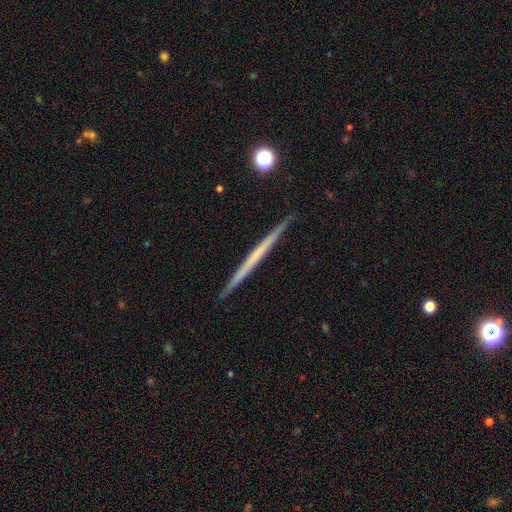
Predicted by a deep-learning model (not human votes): A featured or disk galaxy (59%) viewed edge-on (98%) with no central bulge (91%). Merging: none (92%).